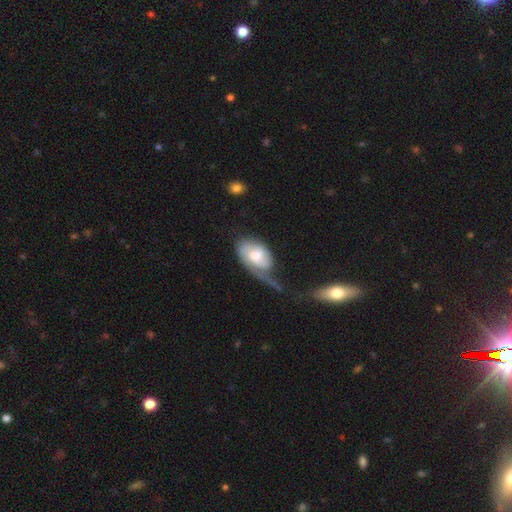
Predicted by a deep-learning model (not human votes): Morphology: type=featured or disk (60%); edge-on=no (96%); bar=no (54%); spiral arms=yes (85%); bulge=moderate (47%); merging=major disturbance (49%).